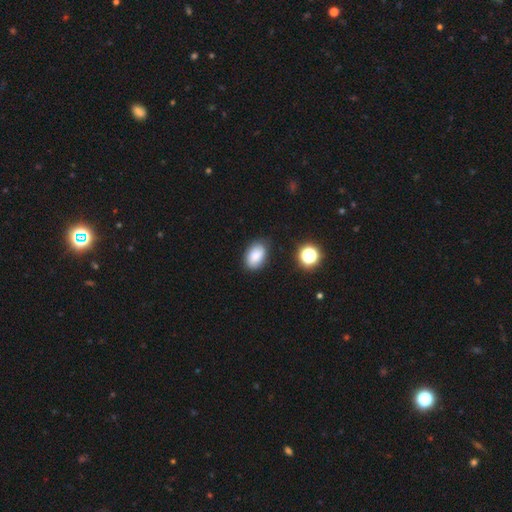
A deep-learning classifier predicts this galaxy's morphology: A smooth galaxy with no disk features (85%) that is in between round and cigar-shaped (88%).

Vote fractions:
- Smooth or featured? smooth: 85% / star or artifact: 9% / featured or disk: 6%
- How rounded? in between: 88% / round: 11% / cigar-shaped: 1%
- Merging? none: 82% / minor disturbance: 13% / major disturbance: 3% / merger: 2%